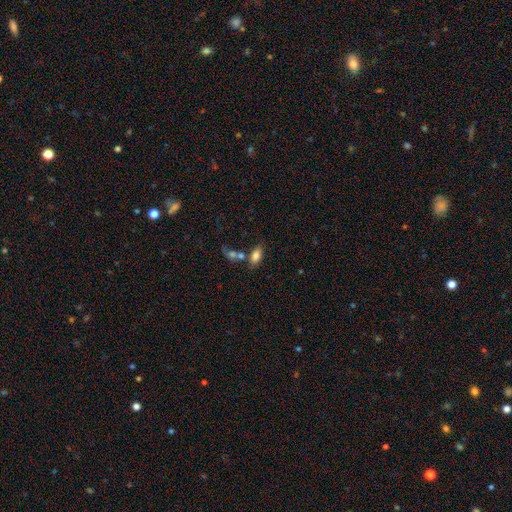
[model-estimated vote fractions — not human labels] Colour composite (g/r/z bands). It shows a smooth galaxy with no disk features (80%) that is in between round and cigar-shaped (89%). Merging: none (54%).